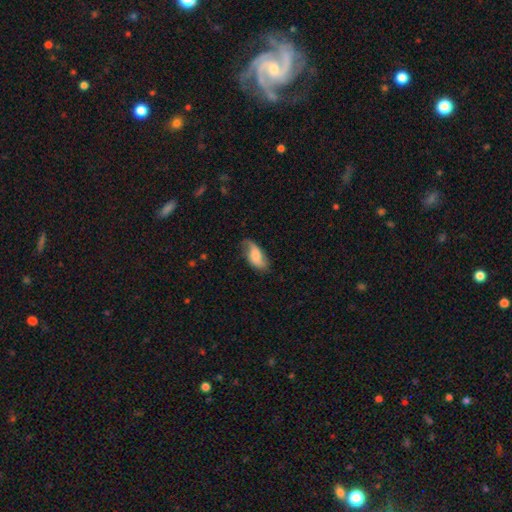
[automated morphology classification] Smooth or featured? smooth (58%)
How rounded? in between (87%)
Merging? none (61%)